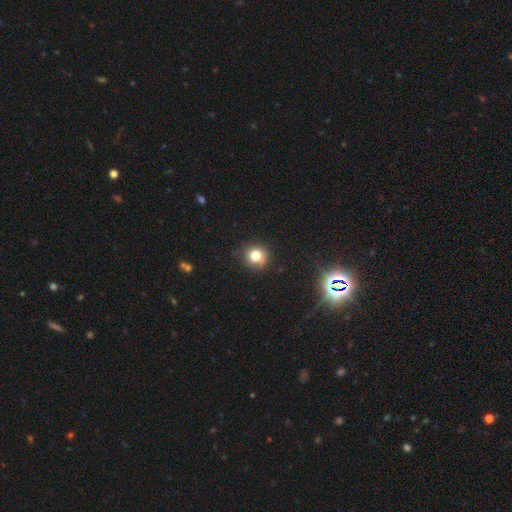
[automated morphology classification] Smooth or featured?
  - smooth: 77% *
  - star or artifact: 15%
  - featured or disk: 8%
How rounded?
  - round: 90% *
  - in between: 9%
  - cigar-shaped: 1%
Merging?
  - none: 83% *
  - minor disturbance: 13%
  - major disturbance: 3%
  - merger: 1%